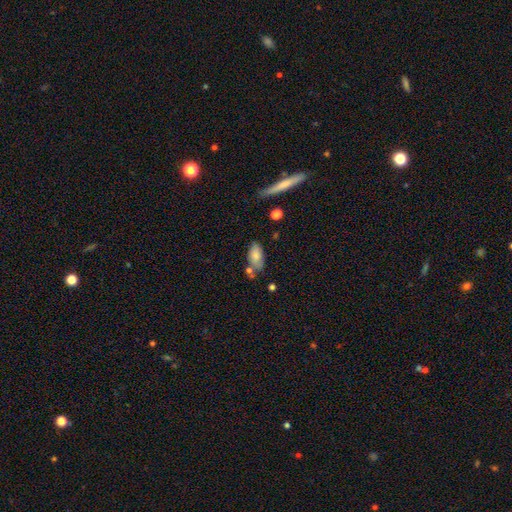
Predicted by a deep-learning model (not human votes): smooth_or_featured: smooth (p=0.77) [alt: featured or disk p=0.15]
how_rounded: in between (p=0.89) [alt: cigar-shaped p=0.08]
merging: none (p=0.62) [alt: minor disturbance p=0.22]